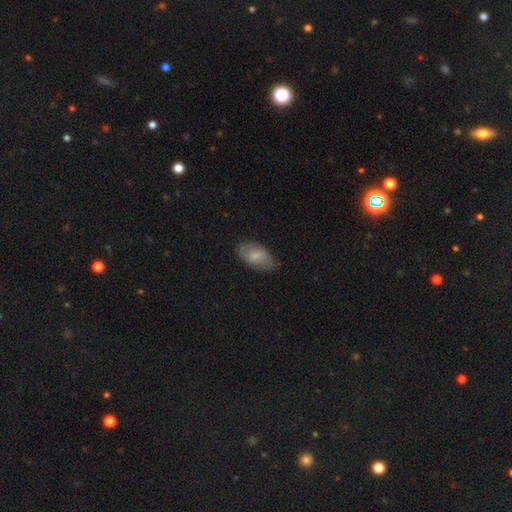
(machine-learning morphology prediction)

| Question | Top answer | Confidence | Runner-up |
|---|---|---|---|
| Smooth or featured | smooth | 74% | featured or disk (20%) |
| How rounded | in between | 94% | round (4%) |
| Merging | none | 75% | minor disturbance (20%) |